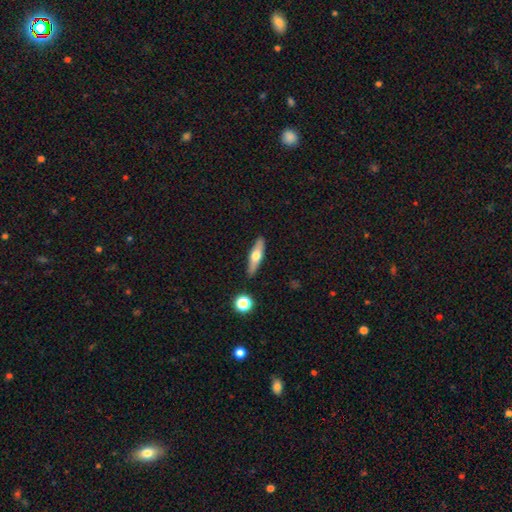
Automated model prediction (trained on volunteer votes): Smooth or featured? Predicted: featured or disk (p=0.47). Merging? Predicted: none (p=0.88).